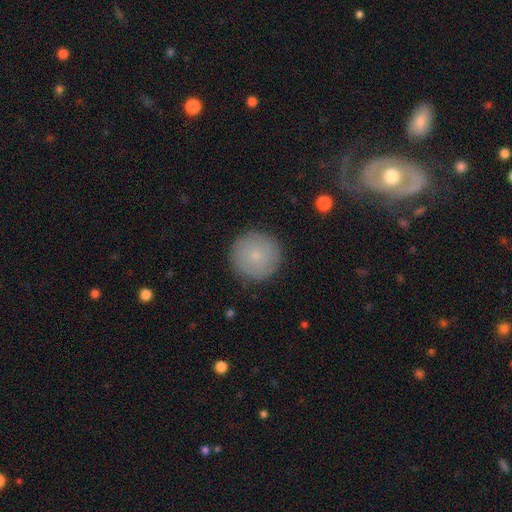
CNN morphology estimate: Q: Smooth or featured?
A: smooth (78%); runner-up: featured or disk (15%)
Q: How rounded?
A: round (96%); runner-up: in between (3%)
Q: Merging?
A: none (90%); runner-up: minor disturbance (7%)